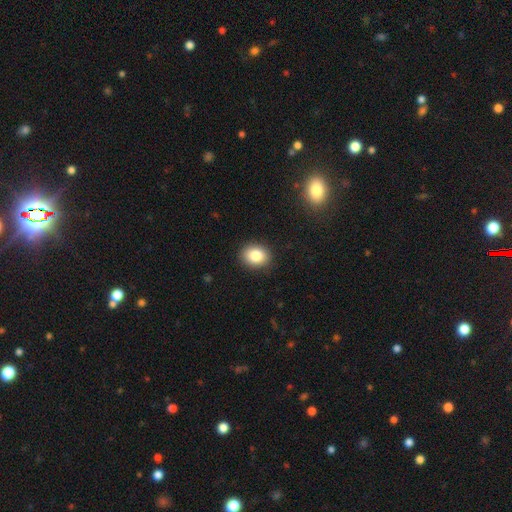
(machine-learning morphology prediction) This is clearly a smooth galaxy (83%). How rounded: possibly round (52%). Merging: clearly none (89%).